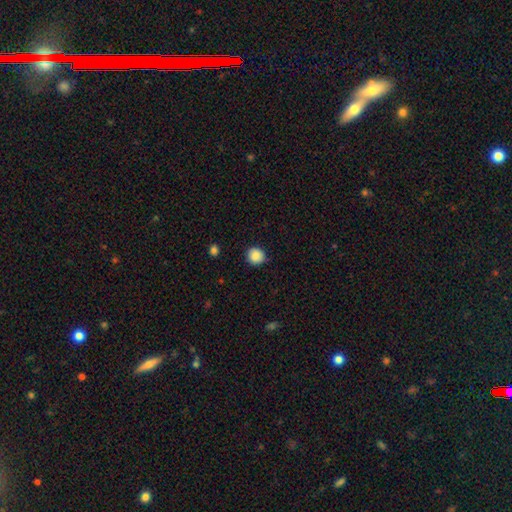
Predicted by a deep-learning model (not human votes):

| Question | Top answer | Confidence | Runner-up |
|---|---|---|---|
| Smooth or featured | smooth | 88% | star or artifact (9%) |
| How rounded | round | 90% | in between (9%) |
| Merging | none | 88% | minor disturbance (9%) |